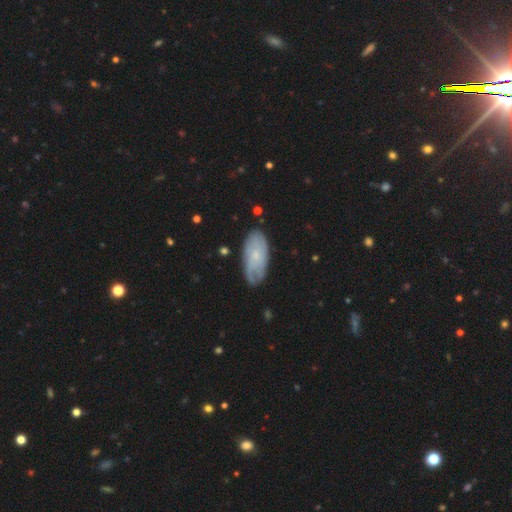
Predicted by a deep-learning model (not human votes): This appears to be a featured or disk galaxy (48%). Merging: none (74%).